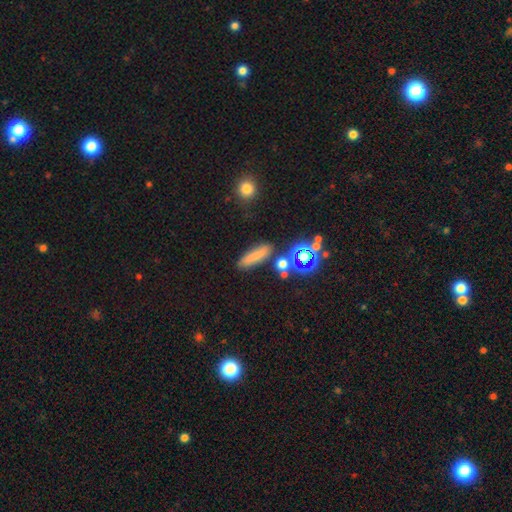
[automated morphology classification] Smooth or featured? smooth (71%)
How rounded? cigar-shaped (64%)
Merging? none (78%)